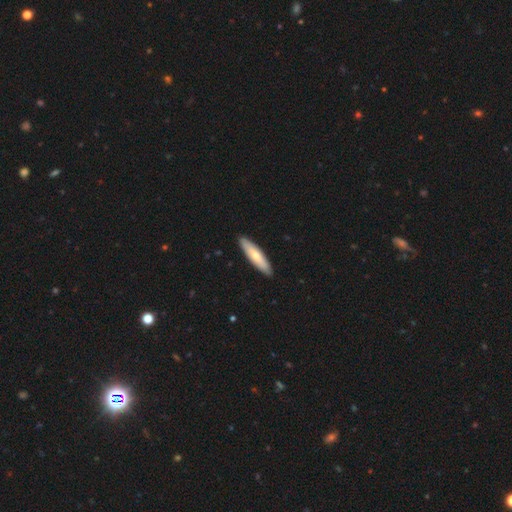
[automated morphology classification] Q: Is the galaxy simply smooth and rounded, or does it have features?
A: smooth — 66%.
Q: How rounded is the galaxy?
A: cigar-shaped — 74%.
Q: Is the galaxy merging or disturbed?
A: none — 91%.